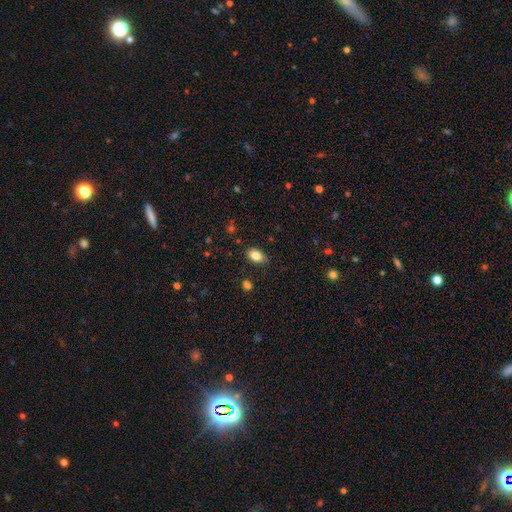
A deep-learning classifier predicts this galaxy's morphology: This appears to be a smooth galaxy with no disk features (84%) that is in between round and cigar-shaped (86%). Merging: none (84%).